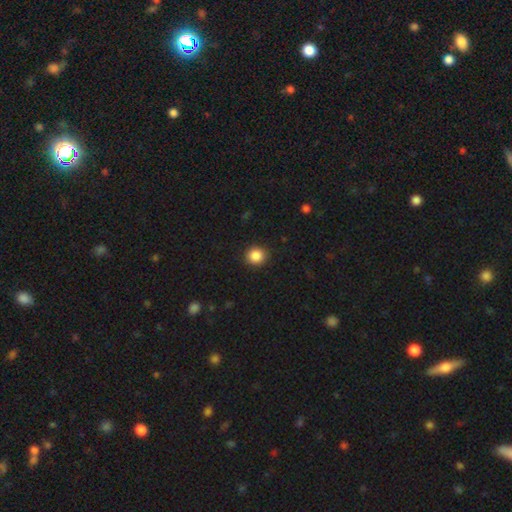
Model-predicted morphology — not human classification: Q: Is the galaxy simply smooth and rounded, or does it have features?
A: smooth — 87%.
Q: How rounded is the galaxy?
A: round — 88%.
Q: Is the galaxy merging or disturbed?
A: none — 90%.